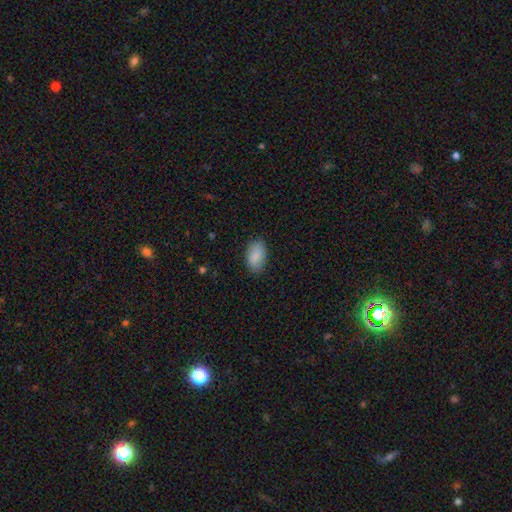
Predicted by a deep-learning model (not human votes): smooth_or_featured: smooth (p=0.88) [alt: star or artifact p=0.07]
how_rounded: in between (p=0.94) [alt: round p=0.04]
merging: none (p=0.85) [alt: minor disturbance p=0.11]